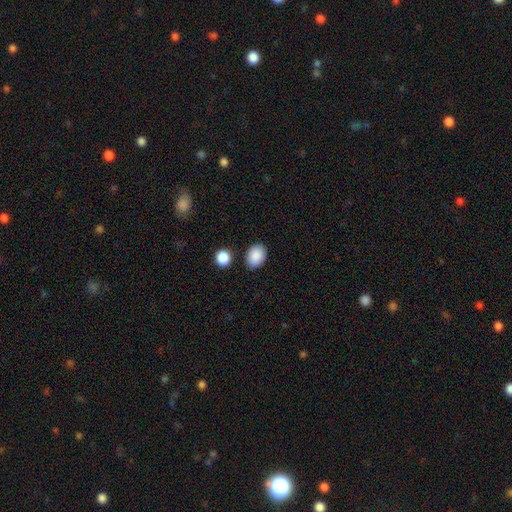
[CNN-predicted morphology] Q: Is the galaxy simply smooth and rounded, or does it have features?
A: smooth — 89%.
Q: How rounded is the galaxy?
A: in between — 72%.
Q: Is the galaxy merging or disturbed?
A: none — 83%.